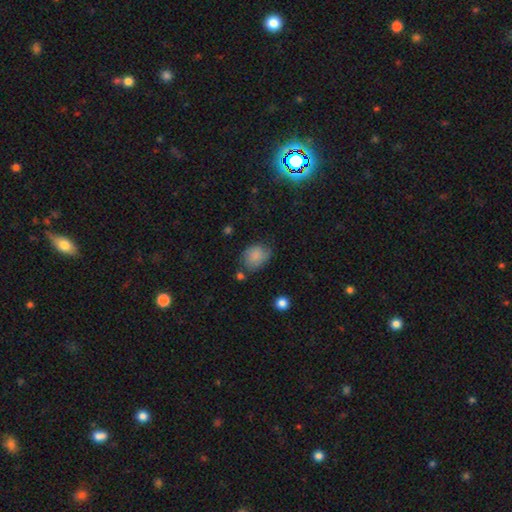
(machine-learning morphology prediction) type=smooth (81%); roundness=in between (61%); merging=none (60%).